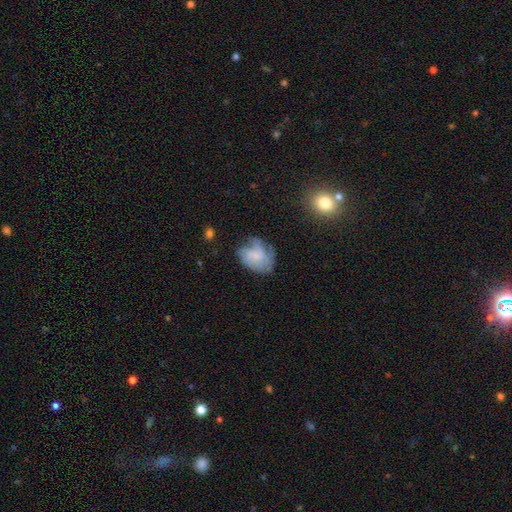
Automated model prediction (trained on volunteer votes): Q: Smooth or featured?
A: featured or disk (49%); runner-up: smooth (41%)
Q: Merging?
A: none (48%); runner-up: minor disturbance (29%)